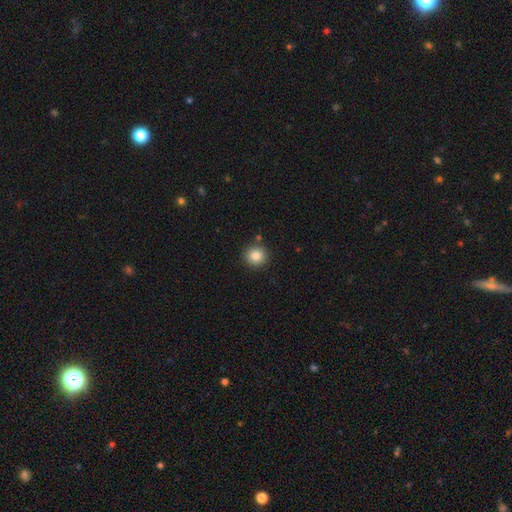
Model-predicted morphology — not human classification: Q: Smooth or featured?
A: smooth (85%); runner-up: star or artifact (10%)
Q: How rounded?
A: round (91%); runner-up: in between (8%)
Q: Merging?
A: none (87%); runner-up: minor disturbance (7%)